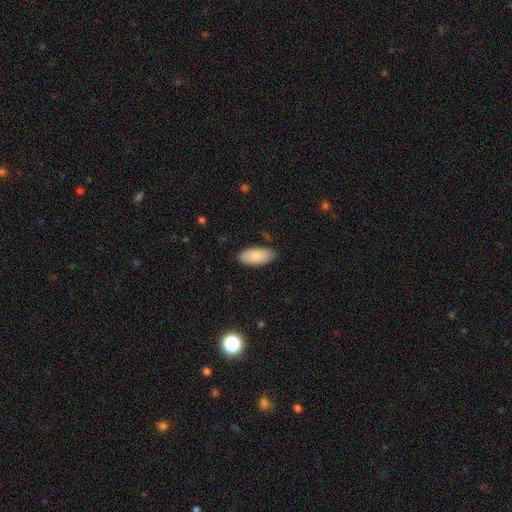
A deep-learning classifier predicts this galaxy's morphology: Smooth or featured? smooth (82%)
How rounded? in between (92%)
Merging? none (83%)